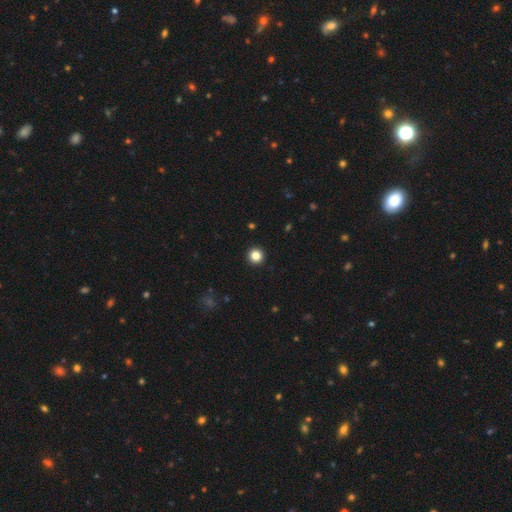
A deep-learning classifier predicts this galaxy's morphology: Smooth or featured? smooth (85%)
How rounded? round (96%)
Merging? none (94%)